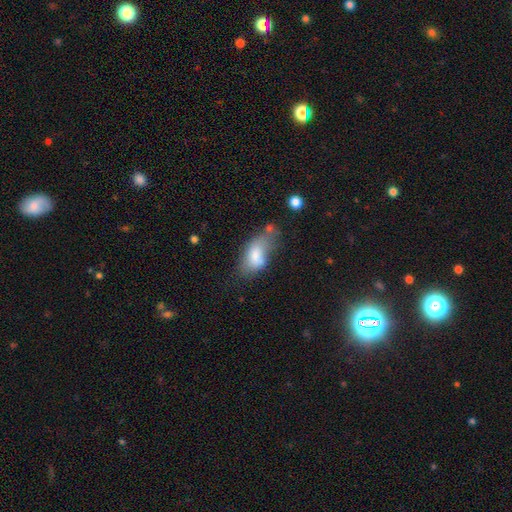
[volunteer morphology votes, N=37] Smooth or featured? 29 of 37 (78%) said smooth. How rounded? 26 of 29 (90%) said in between. Merging? 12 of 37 (32%, tied with major disturbance) said none.